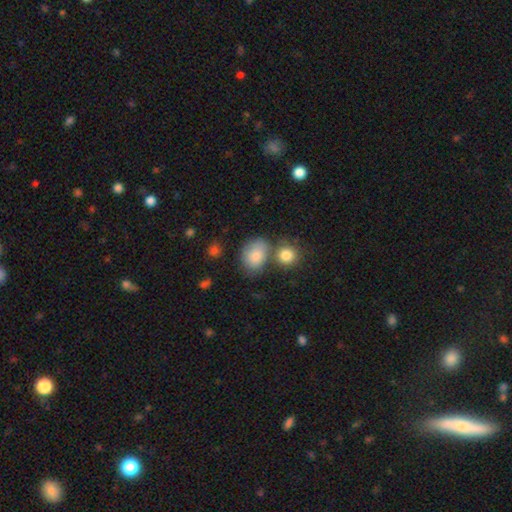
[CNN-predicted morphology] Smooth or featured?
  - smooth: 81% *
  - featured or disk: 11%
  - star or artifact: 8%
How rounded?
  - in between: 63% *
  - round: 36%
  - cigar-shaped: 1%
Merging?
  - none: 53% *
  - merger: 24%
  - minor disturbance: 17%
  - major disturbance: 6%